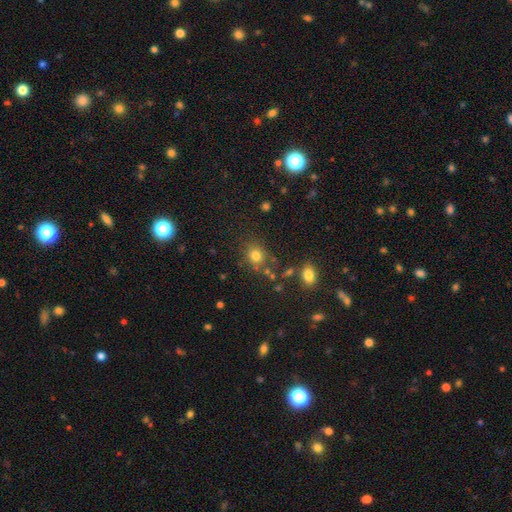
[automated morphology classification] Smooth or featured?
  - smooth: 77% *
  - star or artifact: 15%
  - featured or disk: 8%
How rounded?
  - round: 70% *
  - in between: 29%
  - cigar-shaped: 1%
Merging?
  - none: 73% *
  - minor disturbance: 14%
  - merger: 8%
  - major disturbance: 6%